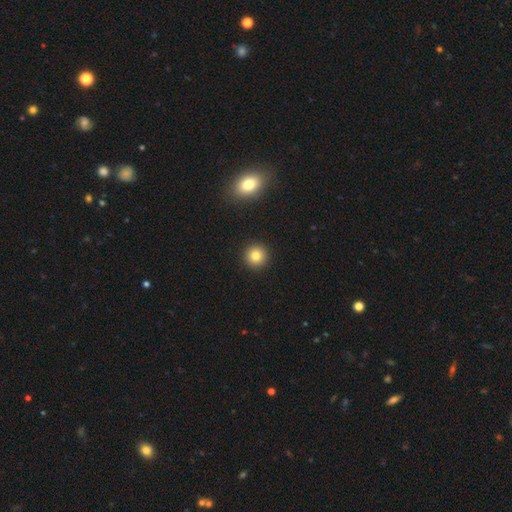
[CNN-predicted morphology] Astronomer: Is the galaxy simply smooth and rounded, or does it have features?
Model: smooth — 82%.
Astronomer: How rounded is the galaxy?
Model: round — 95%.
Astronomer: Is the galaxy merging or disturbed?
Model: none — 92%.